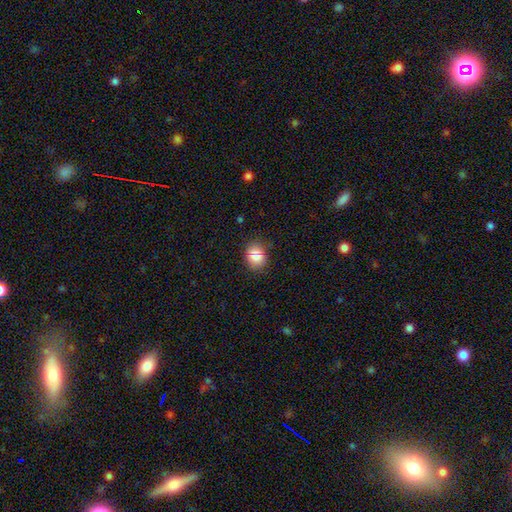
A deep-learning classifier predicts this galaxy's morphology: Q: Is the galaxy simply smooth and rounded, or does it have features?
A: smooth — 79%.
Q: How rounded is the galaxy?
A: round — 60%.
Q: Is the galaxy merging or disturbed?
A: none — 81%.